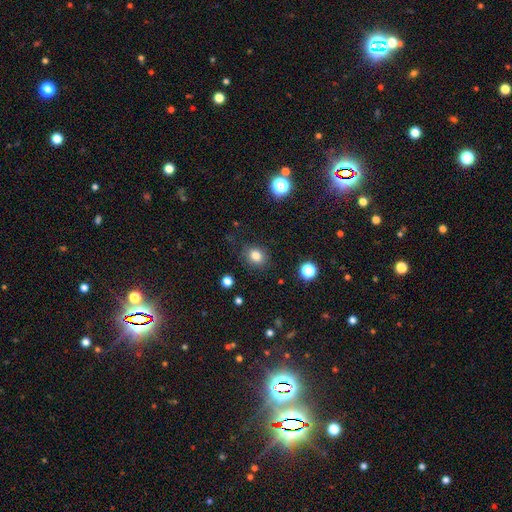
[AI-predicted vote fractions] Morphology: type=smooth (81%); roundness=round (62%); merging=none (83%).